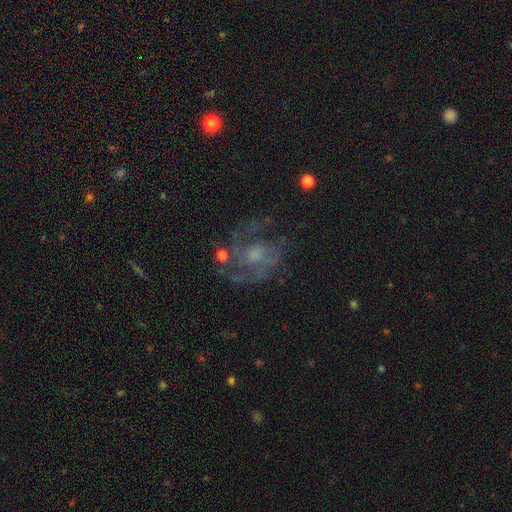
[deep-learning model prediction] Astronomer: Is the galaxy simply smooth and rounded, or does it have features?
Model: featured or disk — 75%.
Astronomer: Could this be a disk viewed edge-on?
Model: no — 97%.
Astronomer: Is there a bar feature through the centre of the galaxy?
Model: no — 69%.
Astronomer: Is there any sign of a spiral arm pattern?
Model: yes — 83%.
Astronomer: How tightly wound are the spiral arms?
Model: medium — 49% (runner-up: tight, 31%).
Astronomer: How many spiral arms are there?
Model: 2 — 37% (runner-up: can't tell, 28%).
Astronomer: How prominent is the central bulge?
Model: moderate — 39%, tied with small at 39%.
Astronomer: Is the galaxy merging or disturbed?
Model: none — 58%.